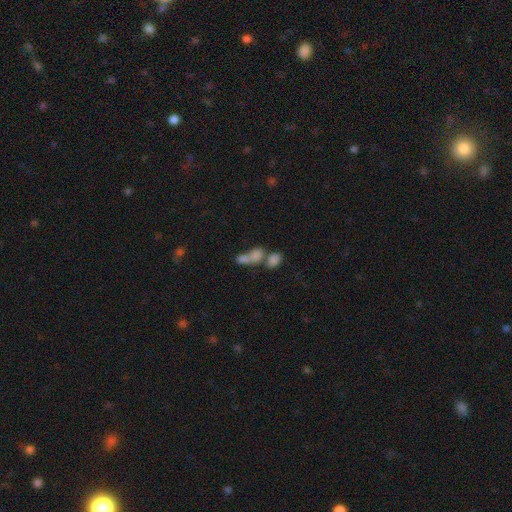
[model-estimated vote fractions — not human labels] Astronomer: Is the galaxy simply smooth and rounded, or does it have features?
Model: smooth — 72%.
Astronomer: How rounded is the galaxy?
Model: in between — 74%.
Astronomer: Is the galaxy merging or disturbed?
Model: merger — 69%.